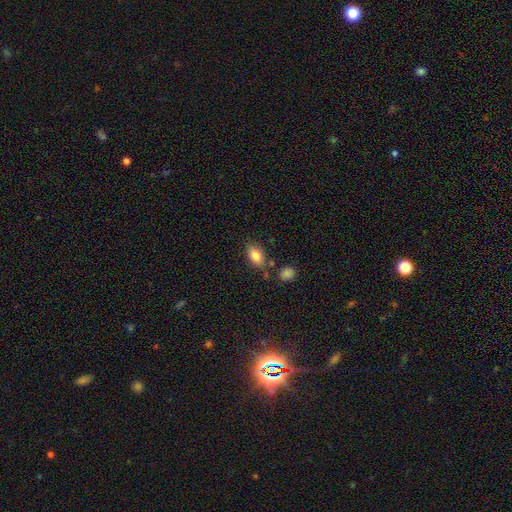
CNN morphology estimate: smooth 82%, featured or disk 9%, star or artifact 8%. Down the decision tree: how rounded — in between (88%); merging — none (72%).